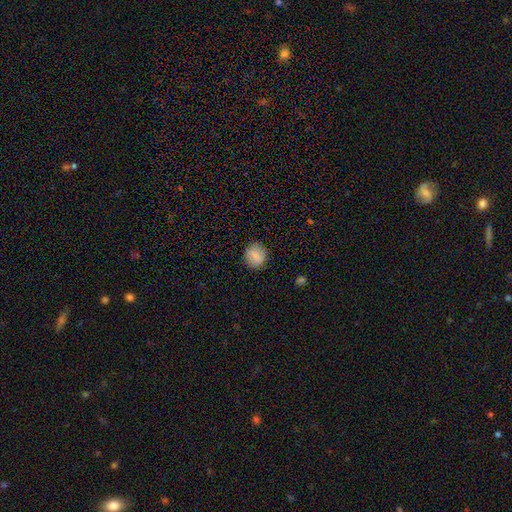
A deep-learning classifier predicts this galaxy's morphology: smooth 83%, featured or disk 9%, star or artifact 9%. Down the decision tree: how rounded — round (84%); merging — none (88%).